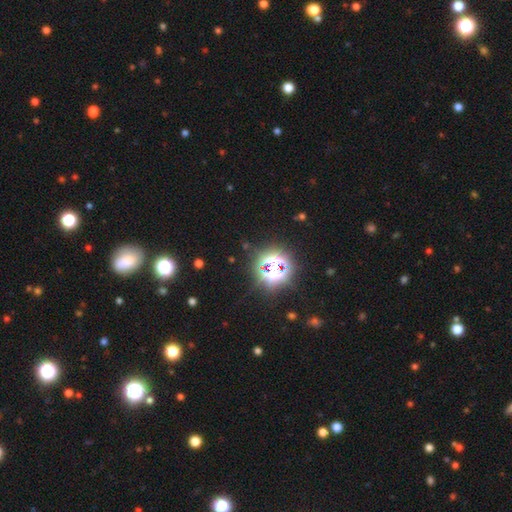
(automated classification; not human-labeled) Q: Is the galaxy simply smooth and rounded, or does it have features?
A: star or artifact — 73%.